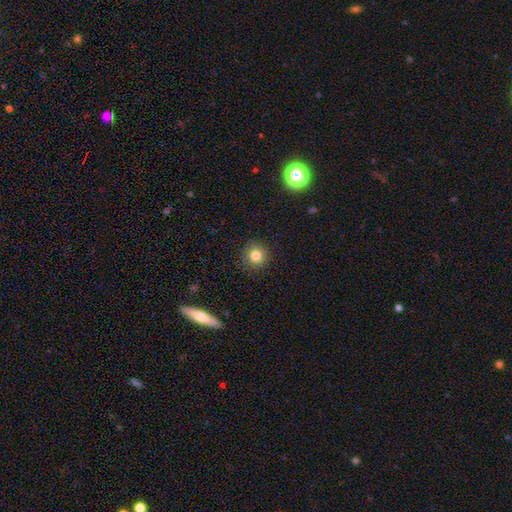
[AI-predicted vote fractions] This is clearly a smooth galaxy (81%). How rounded: clearly round (93%). Merging: clearly none (91%).